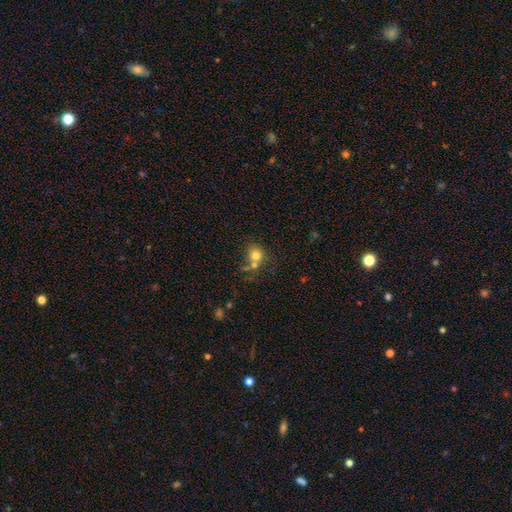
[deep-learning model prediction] Q: Smooth or featured?
A: smooth (75%); runner-up: star or artifact (13%)
Q: How rounded?
A: round (77%); runner-up: in between (22%)
Q: Merging?
A: none (51%); runner-up: merger (30%)